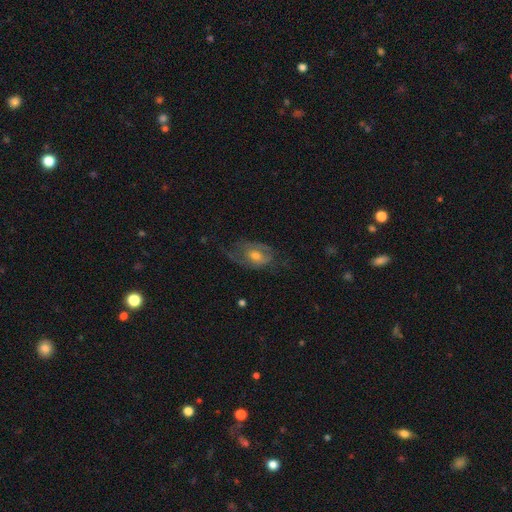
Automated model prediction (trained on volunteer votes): Smooth or featured? Predicted: featured or disk (p=0.60). Edge-on disk? Predicted: no (p=0.93). Bar? Predicted: no (p=0.63). Spiral arms? Predicted: yes (p=0.66). Bulge size? Predicted: moderate (p=0.64). Merging? Predicted: none (p=0.45).